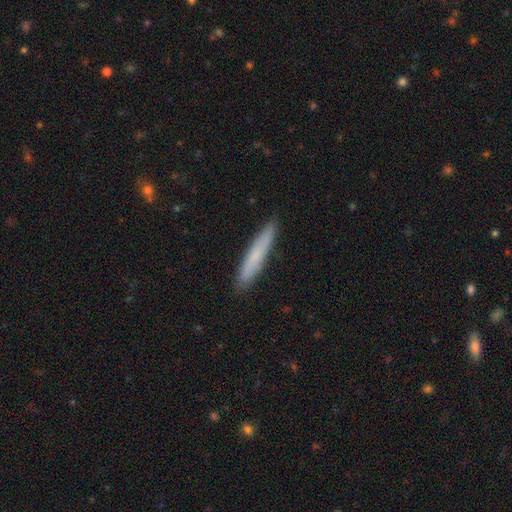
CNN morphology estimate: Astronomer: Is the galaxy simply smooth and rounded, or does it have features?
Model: smooth — 72%.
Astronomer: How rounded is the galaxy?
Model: cigar-shaped — 94%.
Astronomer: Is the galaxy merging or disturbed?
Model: none — 90%.